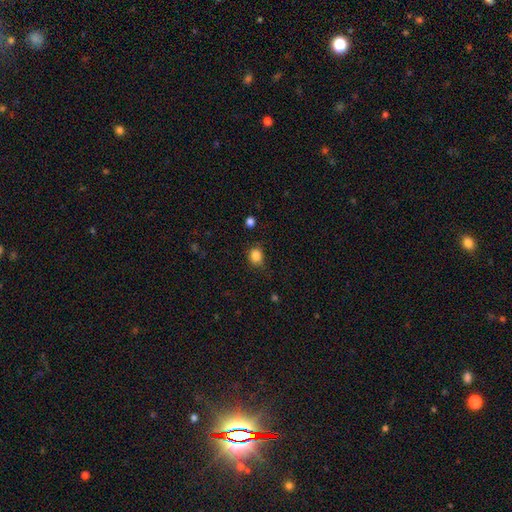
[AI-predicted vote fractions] Morphology: type=smooth (85%); roundness=round (64%); merging=none (74%).